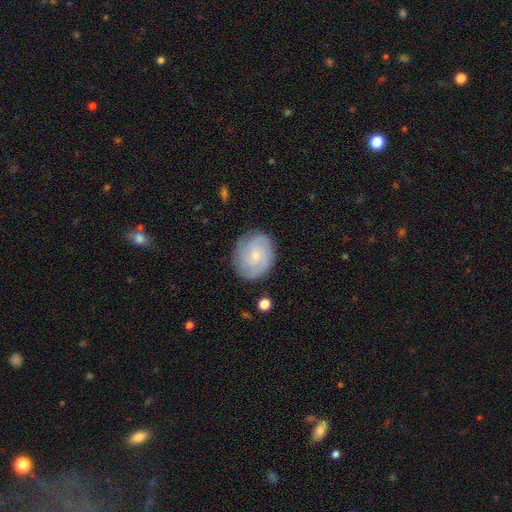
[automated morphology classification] type=featured or disk (55%); edge-on=no (97%); bar=no (78%); spiral arms=yes (87%); bulge=small (76%); merging=none (80%).